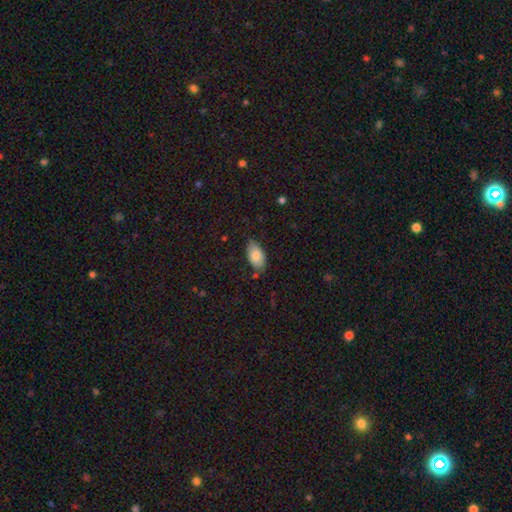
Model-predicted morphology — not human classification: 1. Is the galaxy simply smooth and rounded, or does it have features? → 82% smooth, 11% featured or disk, 7% star or artifact.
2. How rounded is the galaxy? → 93% in between, 5% round, 2% cigar-shaped.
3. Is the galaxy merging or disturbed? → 73% none, 21% minor disturbance, 4% major disturbance, 2% merger.